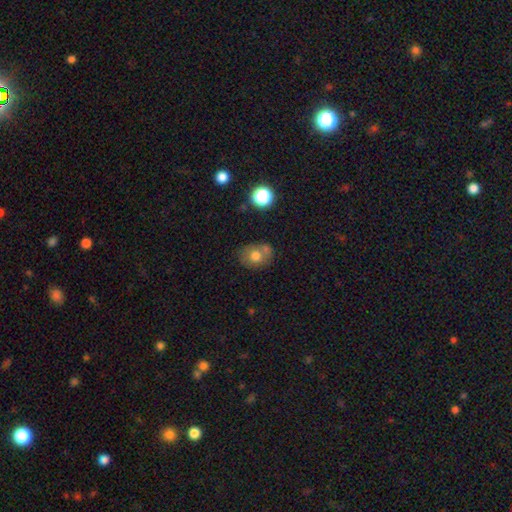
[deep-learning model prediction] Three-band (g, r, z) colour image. It shows a smooth galaxy with no disk features (71%) that is round (51%). Merging: none (56%).